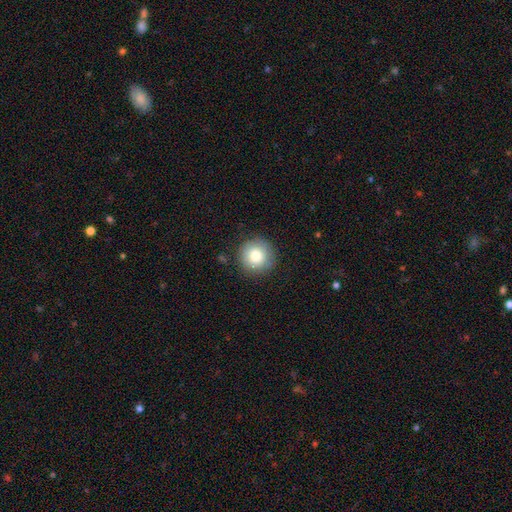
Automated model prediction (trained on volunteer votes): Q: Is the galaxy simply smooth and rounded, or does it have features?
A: smooth — 78%.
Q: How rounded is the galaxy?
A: round — 96%.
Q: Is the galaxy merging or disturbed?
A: none — 86%.